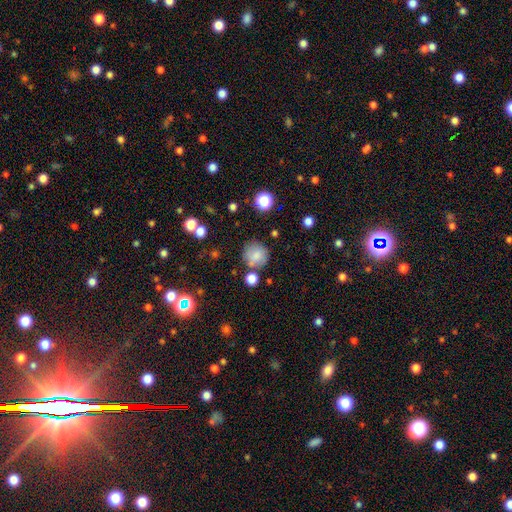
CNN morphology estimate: Overall: smooth (78%). How rounded: round (92%). Merging: none (74%).